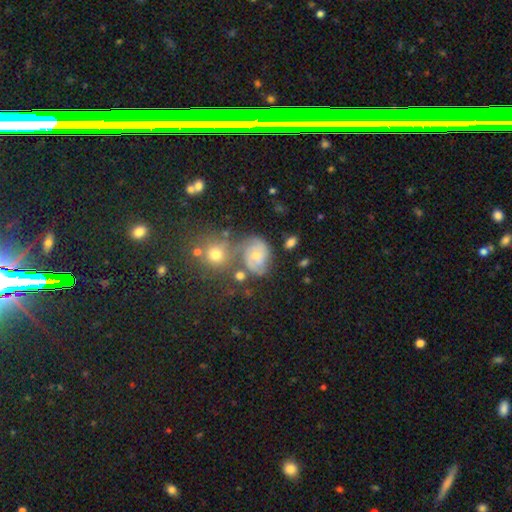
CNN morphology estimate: A featured or disk galaxy (59%) with no bar (70%), 2 (49%) tight (47%) spiral arms (88%) and a small central bulge (57%). Merging: none (54%).